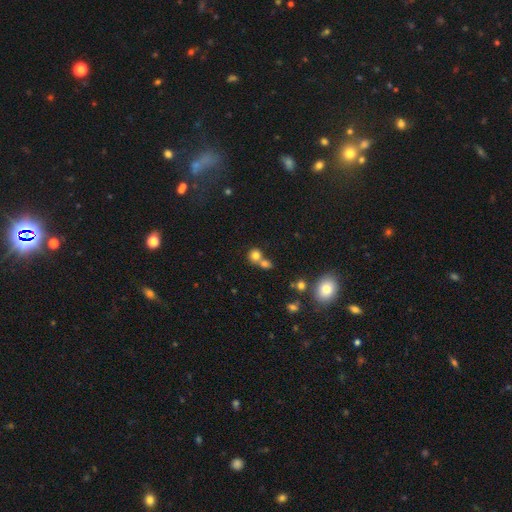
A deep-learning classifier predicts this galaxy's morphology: A smooth galaxy with no disk features (77%) that is round (83%).

Vote fractions:
- Smooth or featured? smooth: 77% / star or artifact: 14% / featured or disk: 9%
- How rounded? round: 83% / in between: 16% / cigar-shaped: 1%
- Merging? merger: 45% / none: 44% / minor disturbance: 7% / major disturbance: 3%